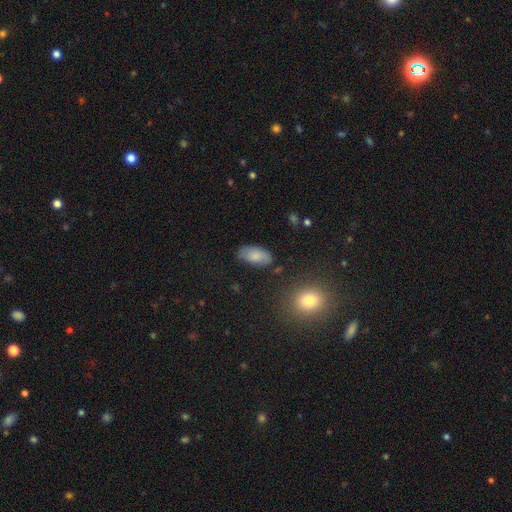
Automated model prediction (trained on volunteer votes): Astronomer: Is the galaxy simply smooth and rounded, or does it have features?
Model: smooth — 79%.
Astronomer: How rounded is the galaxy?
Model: in between — 94%.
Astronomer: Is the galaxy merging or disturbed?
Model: none — 75%.